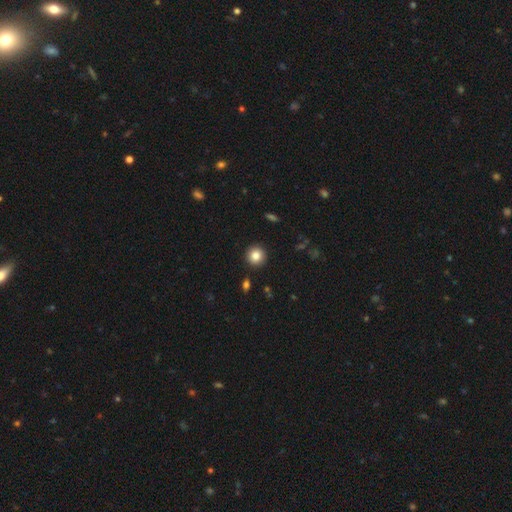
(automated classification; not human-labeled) Smooth or featured? Predicted: smooth (p=0.83). How rounded? Predicted: round (p=0.94). Merging? Predicted: none (p=0.92).